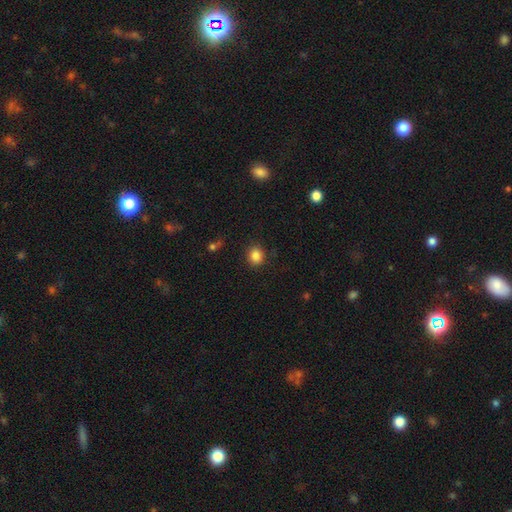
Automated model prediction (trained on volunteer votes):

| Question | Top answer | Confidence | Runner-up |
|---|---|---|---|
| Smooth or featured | smooth | 85% | star or artifact (11%) |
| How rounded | round | 79% | in between (20%) |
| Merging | none | 88% | minor disturbance (8%) |